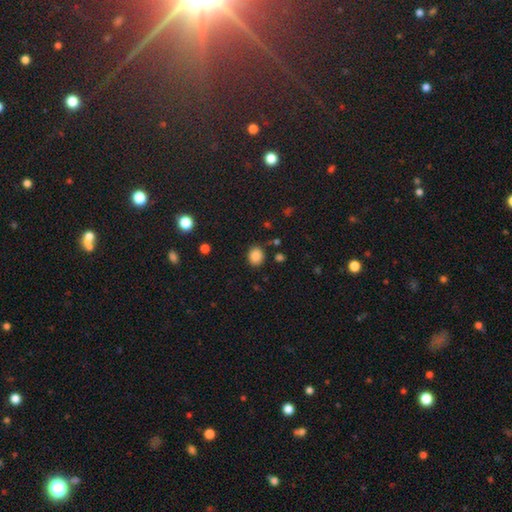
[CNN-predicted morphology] Overall: smooth (86%). How rounded: round (63%; in between 36%). Merging: none (84%).